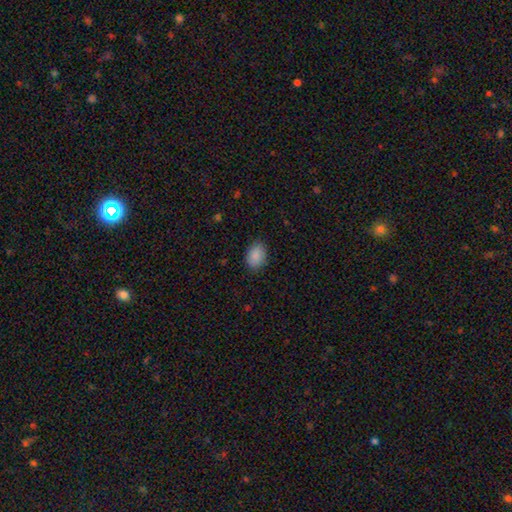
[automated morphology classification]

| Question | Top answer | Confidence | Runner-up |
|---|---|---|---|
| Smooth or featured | smooth | 89% | star or artifact (7%) |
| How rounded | in between | 79% | round (20%) |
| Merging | none | 86% | minor disturbance (11%) |